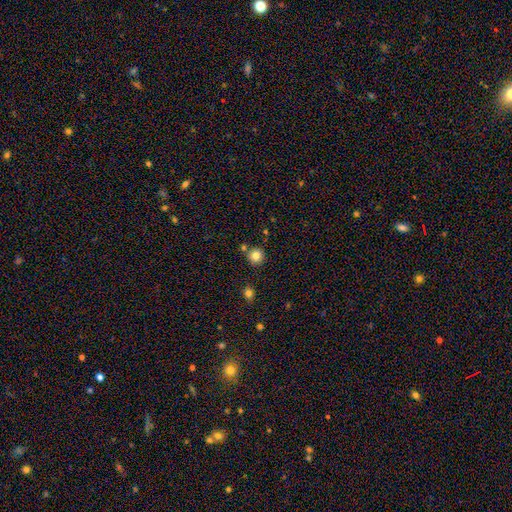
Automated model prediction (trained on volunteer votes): The model was most divided on "smooth or featured": smooth: 82%, star or artifact: 11%, featured or disk: 6%. More confident: how rounded — round (93%); merging — none (81%).